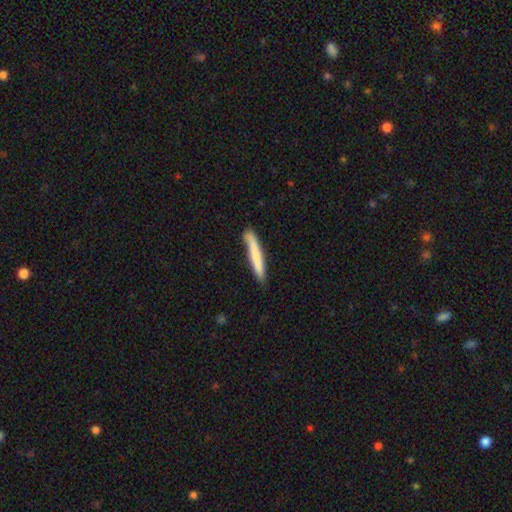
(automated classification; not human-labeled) This is likely a smooth galaxy (72%). How rounded: clearly cigar-shaped (96%). Merging: clearly none (81%).